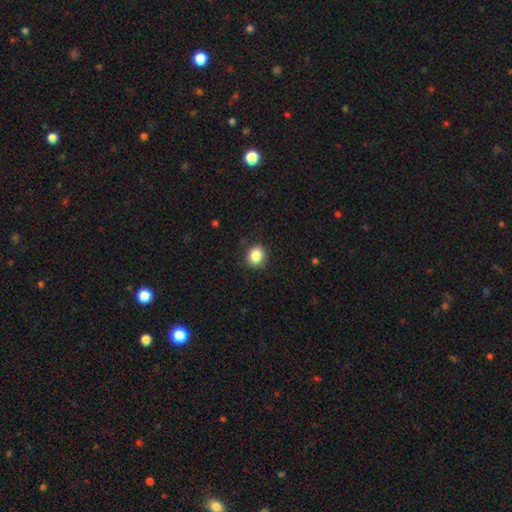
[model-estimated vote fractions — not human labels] A smooth galaxy with no disk features (86%) that is round (79%). Merging: none (88%).